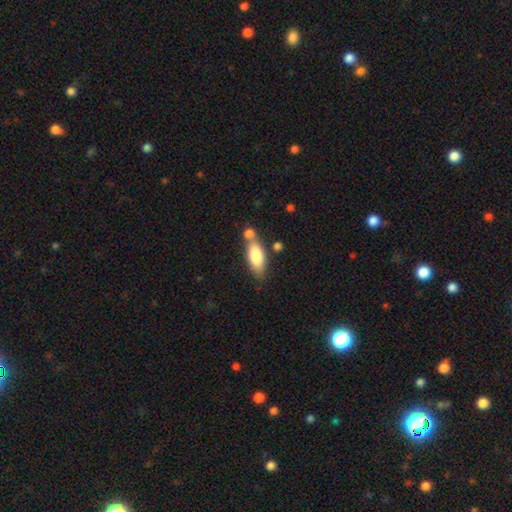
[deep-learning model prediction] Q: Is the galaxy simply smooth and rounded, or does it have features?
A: smooth — 81%.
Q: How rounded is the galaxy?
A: in between — 74%.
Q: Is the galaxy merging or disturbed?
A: none — 55%.